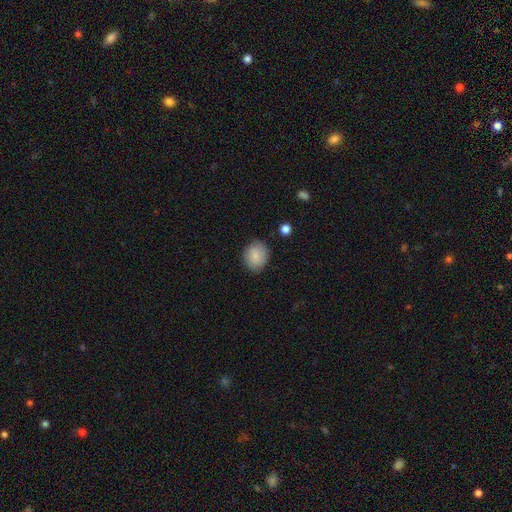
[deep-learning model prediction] smooth-or-featured: smooth: 84% | featured or disk: 8% | star or artifact: 8%
  how-rounded: round: 65% | in between: 34% | cigar-shaped: 1%
  merging: none: 83% | minor disturbance: 12% | major disturbance: 3% | merger: 1%